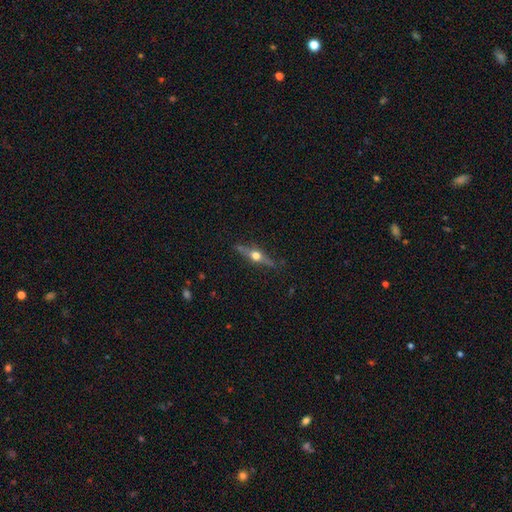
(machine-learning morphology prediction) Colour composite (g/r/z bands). It shows a featured or disk galaxy (73%) viewed edge-on (96%) with a rounded central bulge (97%). Merging: none (87%).